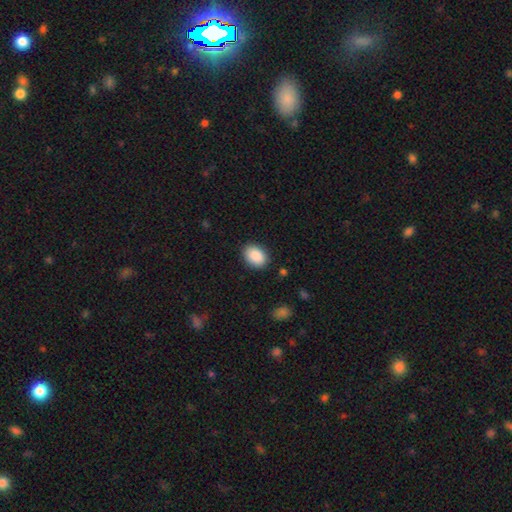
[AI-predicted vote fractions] smooth_or_featured: smooth (p=0.89) [alt: star or artifact p=0.07]
how_rounded: in between (p=0.74) [alt: round p=0.25]
merging: none (p=0.87) [alt: minor disturbance p=0.09]